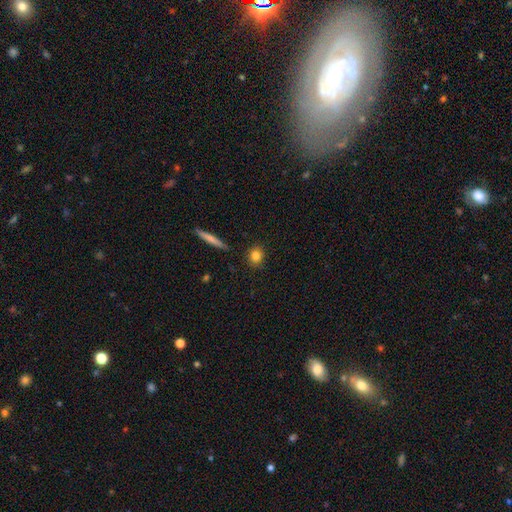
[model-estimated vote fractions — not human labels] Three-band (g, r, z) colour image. It shows a smooth galaxy with no disk features (82%) that is round (77%). Merging: none (89%).